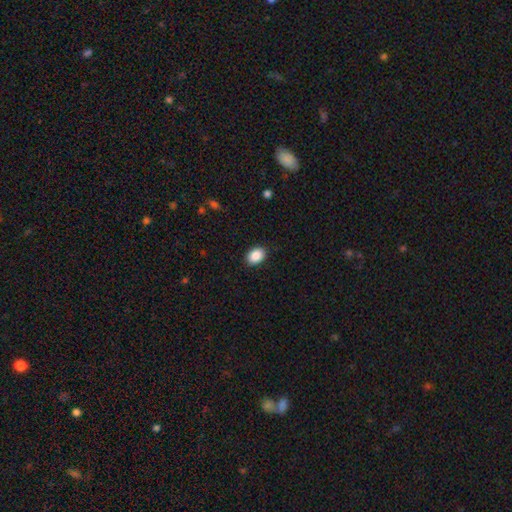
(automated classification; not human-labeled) A smooth galaxy with no disk features (89%) that is in between round and cigar-shaped (78%). Merging: none (89%).